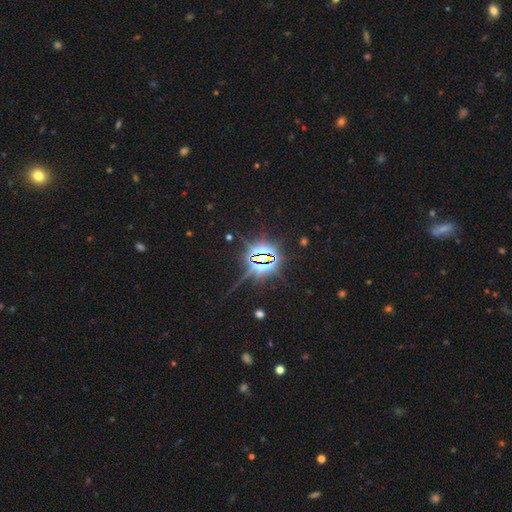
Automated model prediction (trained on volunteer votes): Smooth or featured? Predicted: star or artifact (p=0.83).